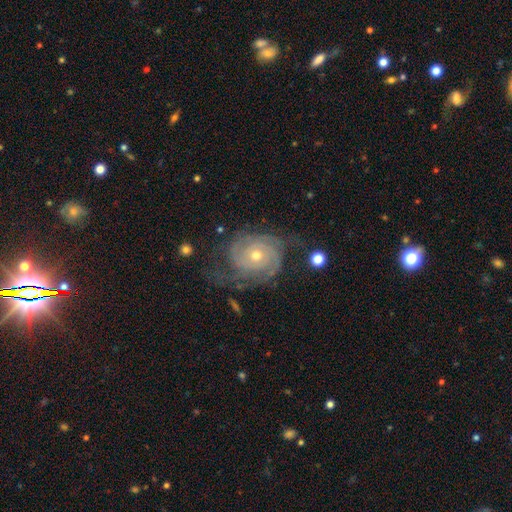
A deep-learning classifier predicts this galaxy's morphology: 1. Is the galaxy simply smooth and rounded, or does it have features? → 87% featured or disk, 6% smooth, 6% star or artifact.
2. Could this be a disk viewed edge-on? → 97% no, 3% yes.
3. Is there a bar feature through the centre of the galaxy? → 80% no, 16% weak, 4% strong.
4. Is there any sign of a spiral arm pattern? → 97% yes, 3% no.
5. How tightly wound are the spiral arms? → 67% tight, 27% medium, 6% loose.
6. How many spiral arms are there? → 29% 3, 28% 2, 21% can't tell, 12% 4, 6% more than 4, 5% 1.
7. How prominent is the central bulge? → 49% small, 48% moderate, 1% large, 1% none, 1% dominant.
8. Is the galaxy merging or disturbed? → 64% none, 20% minor disturbance, 13% major disturbance, 2% merger.